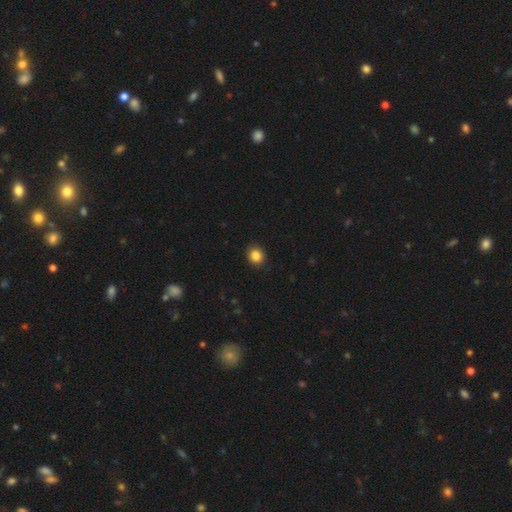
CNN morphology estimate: Smooth or featured? smooth (86%)
How rounded? round (78%)
Merging? none (90%)